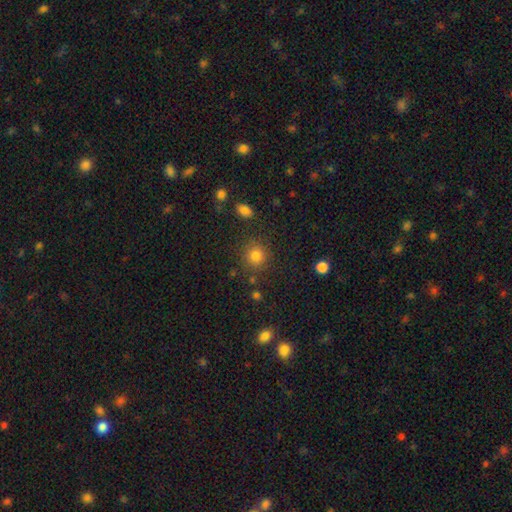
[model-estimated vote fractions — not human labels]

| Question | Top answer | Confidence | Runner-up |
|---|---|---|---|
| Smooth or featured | smooth | 82% | star or artifact (13%) |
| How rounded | round | 90% | in between (9%) |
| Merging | none | 83% | minor disturbance (9%) |